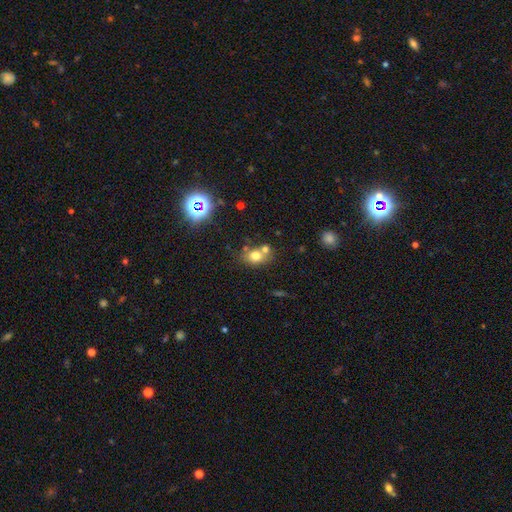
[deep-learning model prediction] Smooth or featured?
  - smooth: 71% *
  - star or artifact: 15%
  - featured or disk: 14%
How rounded?
  - in between: 51% *
  - round: 48%
  - cigar-shaped: 1%
Merging?
  - none: 50% *
  - merger: 33%
  - minor disturbance: 12%
  - major disturbance: 5%